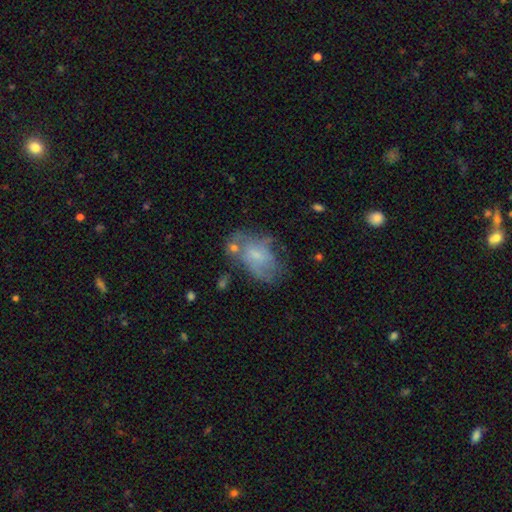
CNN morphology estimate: smooth-or-featured: featured or disk: 46% | smooth: 44% | star or artifact: 10%
  merging: none: 43% | minor disturbance: 26% | major disturbance: 20% | merger: 11%